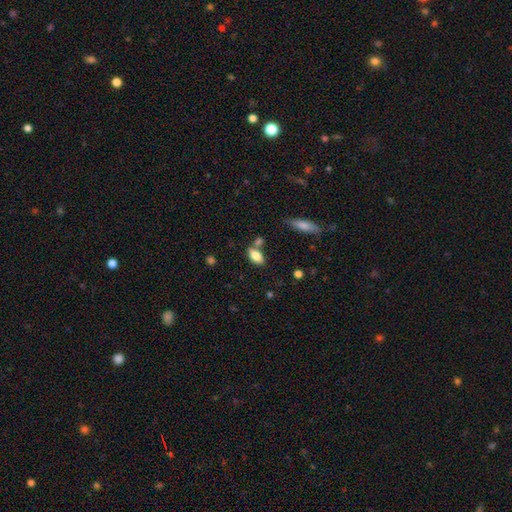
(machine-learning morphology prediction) A smooth galaxy with no disk features (82%) that is in between round and cigar-shaped (89%). Merging: none (63%).